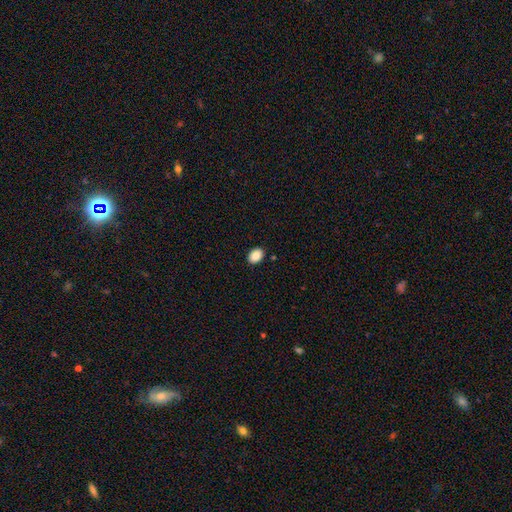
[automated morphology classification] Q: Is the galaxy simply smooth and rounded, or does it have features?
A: smooth — 88%.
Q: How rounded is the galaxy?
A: in between — 74%.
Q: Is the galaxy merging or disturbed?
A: none — 89%.